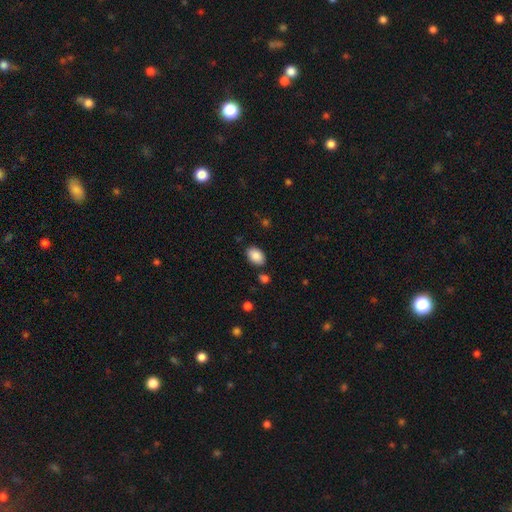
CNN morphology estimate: type=smooth (88%); roundness=in between (88%); merging=none (83%).